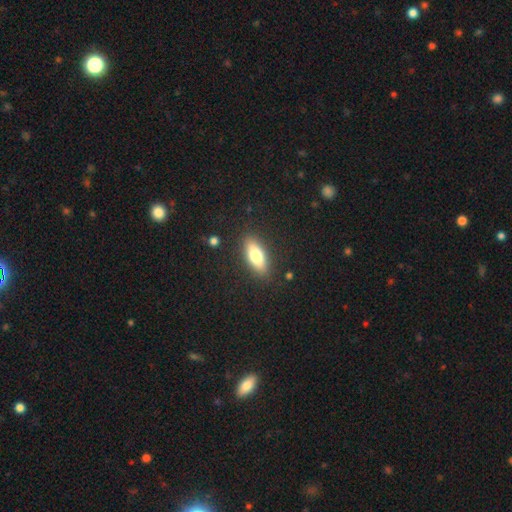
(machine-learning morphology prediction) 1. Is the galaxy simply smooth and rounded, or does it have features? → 72% smooth, 21% featured or disk, 7% star or artifact.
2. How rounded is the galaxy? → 70% in between, 27% cigar-shaped, 3% round.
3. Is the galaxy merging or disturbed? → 86% none, 9% minor disturbance, 3% major disturbance, 1% merger.